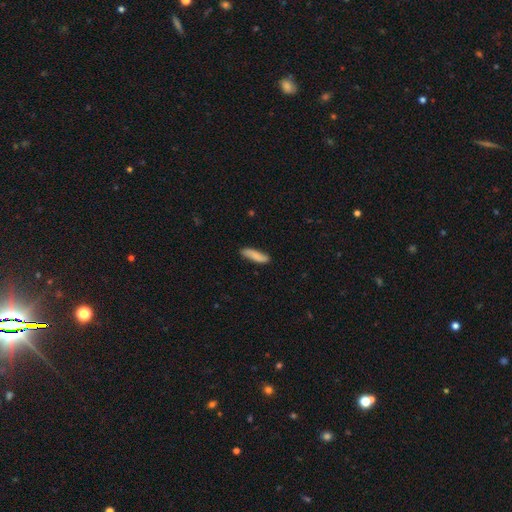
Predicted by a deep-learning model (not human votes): A smooth galaxy with no disk features (79%) that is cigar-shaped (68%). Merging: none (83%).